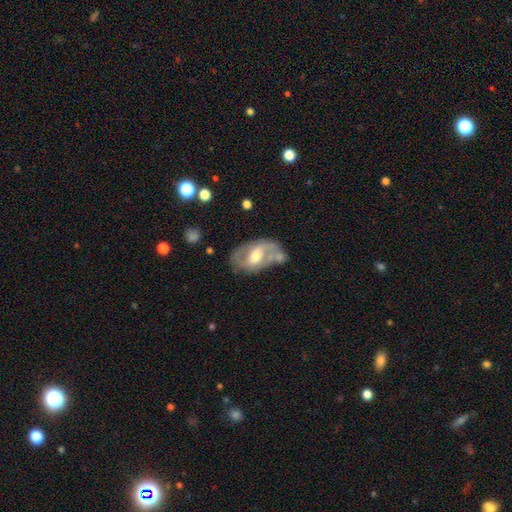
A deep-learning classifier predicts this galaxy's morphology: type=featured or disk (74%); edge-on=no (96%); bar=weak (47%); spiral arms=yes (78%); winding=medium (50%); arm count=2 (81%); bulge=moderate (65%); merging=none (54%).